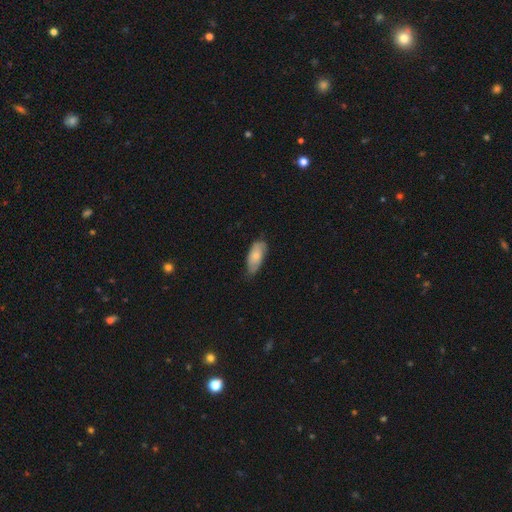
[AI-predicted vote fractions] Smooth or featured? smooth (67%)
How rounded? in between (87%)
Merging? none (60%)